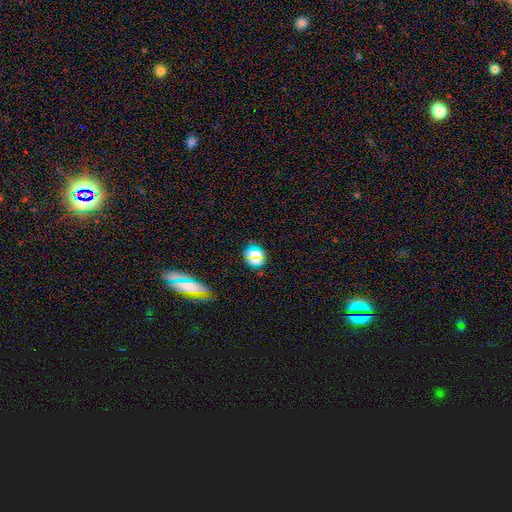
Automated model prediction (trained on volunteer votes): Q: Smooth or featured?
A: smooth (58%); runner-up: star or artifact (34%)
Q: How rounded?
A: round (63%); runner-up: in between (33%)
Q: Merging?
A: none (81%); runner-up: minor disturbance (12%)